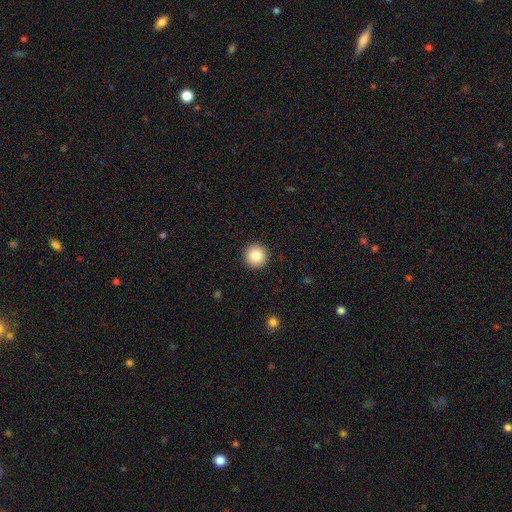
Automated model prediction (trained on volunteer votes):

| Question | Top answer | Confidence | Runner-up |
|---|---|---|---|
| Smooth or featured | smooth | 84% | star or artifact (9%) |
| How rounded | round | 96% | in between (4%) |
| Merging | none | 93% | minor disturbance (5%) |